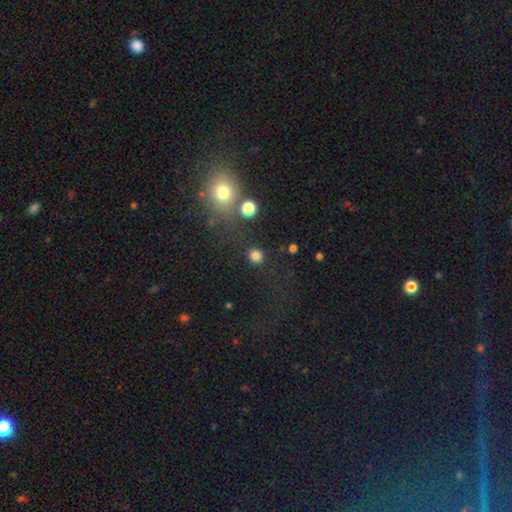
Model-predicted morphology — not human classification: Smooth or featured?
  - smooth: 81% *
  - star or artifact: 14%
  - featured or disk: 4%
How rounded?
  - round: 90% *
  - in between: 9%
  - cigar-shaped: 1%
Merging?
  - none: 87% *
  - minor disturbance: 7%
  - major disturbance: 3%
  - merger: 3%